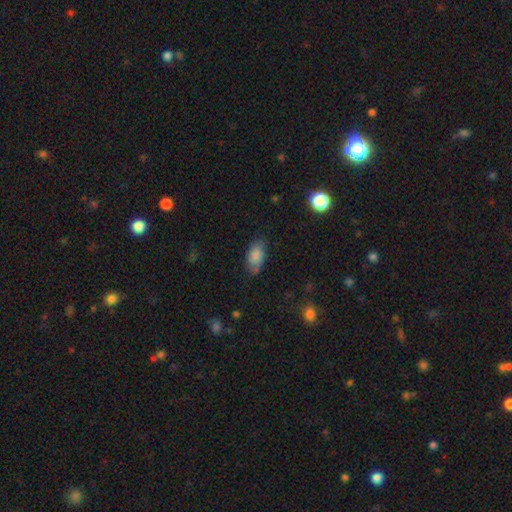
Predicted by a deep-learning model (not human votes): Smooth or featured? smooth (81%)
How rounded? in between (92%)
Merging? none (64%)